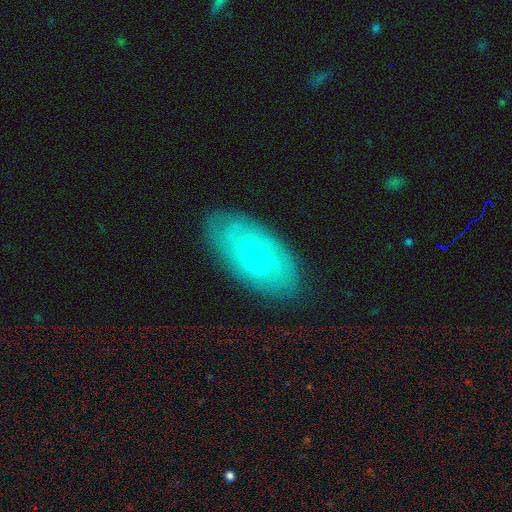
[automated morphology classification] This appears to be a featured or disk galaxy (63%) with no bar (80%), spiral arms (81%) and a small central bulge (76%). Merging: none (82%).